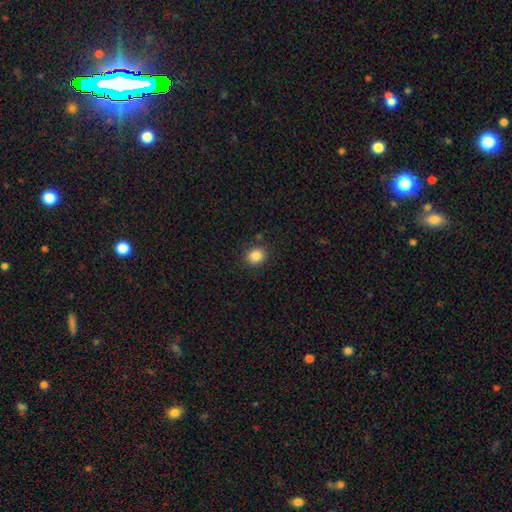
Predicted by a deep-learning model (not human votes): The model was most divided on "how rounded": round: 78%, in between: 21%, cigar-shaped: 1%. More confident: merging — none (88%); smooth or featured — smooth (86%).